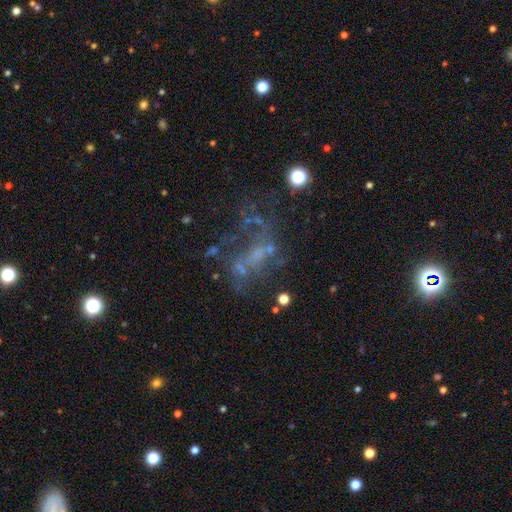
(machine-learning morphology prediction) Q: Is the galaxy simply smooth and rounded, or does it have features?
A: featured or disk — 58%.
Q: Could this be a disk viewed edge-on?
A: no — 96%.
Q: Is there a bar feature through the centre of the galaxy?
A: no — 72%.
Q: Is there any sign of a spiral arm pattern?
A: no — 73%.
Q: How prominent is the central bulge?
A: none — 65%.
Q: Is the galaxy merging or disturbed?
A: none — 39%.